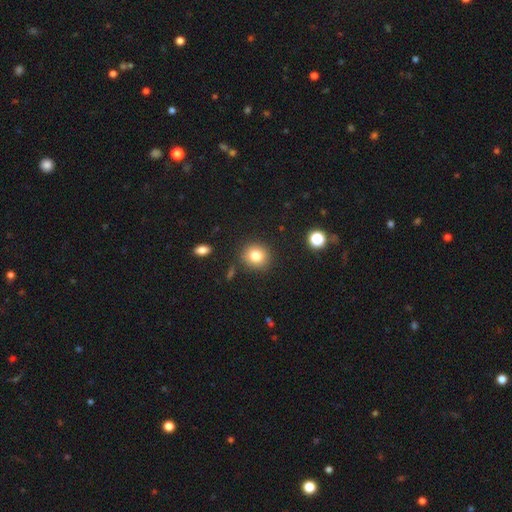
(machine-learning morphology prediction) smooth 82%, star or artifact 11%, featured or disk 7%. Down the decision tree: how rounded — round (85%); merging — none (86%).